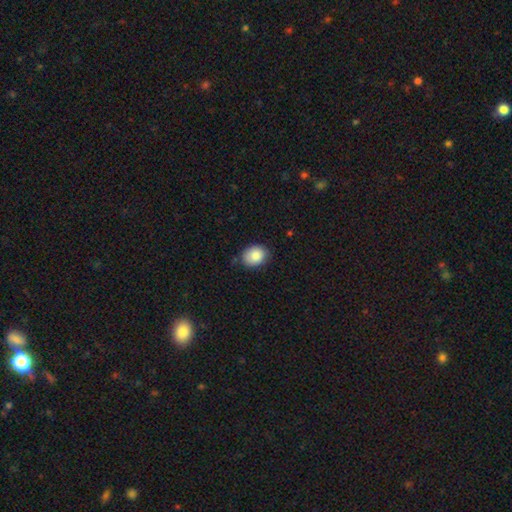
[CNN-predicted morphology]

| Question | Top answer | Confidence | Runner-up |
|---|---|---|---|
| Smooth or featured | smooth | 87% | star or artifact (7%) |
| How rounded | in between | 52% | round (47%) |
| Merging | none | 77% | minor disturbance (19%) |